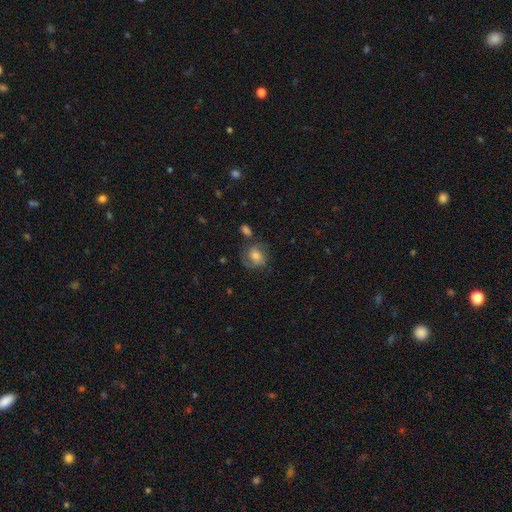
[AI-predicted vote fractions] featured or disk 50%, smooth 38%, star or artifact 11%. Down the decision tree: edge-on disk — no (97%); merging — none (62%).